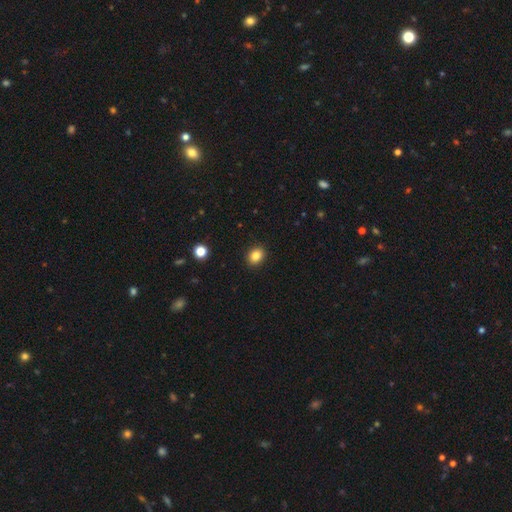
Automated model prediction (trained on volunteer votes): Smooth or featured? smooth (84%)
How rounded? round (51%)
Merging? none (91%)